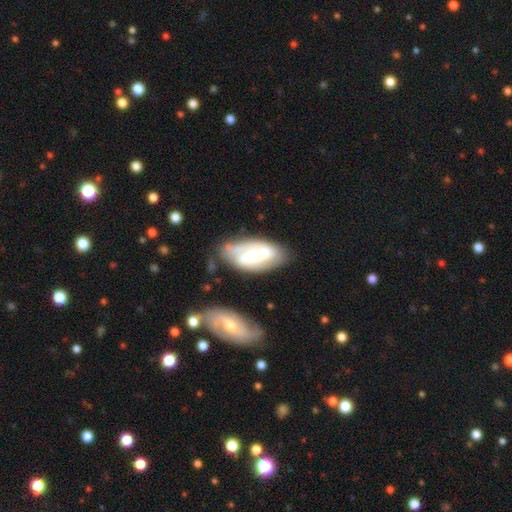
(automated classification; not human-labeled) This appears to be a featured or disk galaxy (65%) with a weak bar (38%), 2 (63%) medium (41%) spiral arms (87%) and a small central bulge (44%). Merging: none (61%).